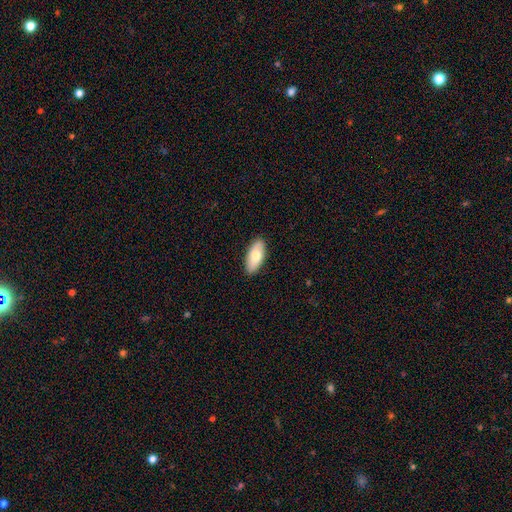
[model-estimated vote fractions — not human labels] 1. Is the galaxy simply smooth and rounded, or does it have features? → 73% smooth, 22% featured or disk, 6% star or artifact.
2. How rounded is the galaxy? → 89% in between, 9% cigar-shaped, 2% round.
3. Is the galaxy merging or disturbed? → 89% none, 9% minor disturbance, 2% major disturbance, 1% merger.